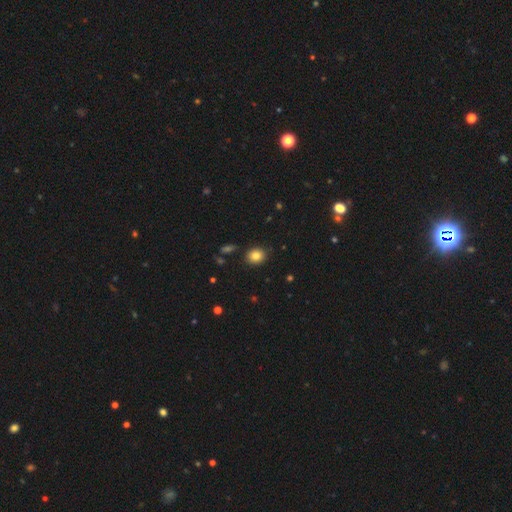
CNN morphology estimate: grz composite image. It shows a smooth galaxy with no disk features (84%) that is round (62%). Merging: none (87%).